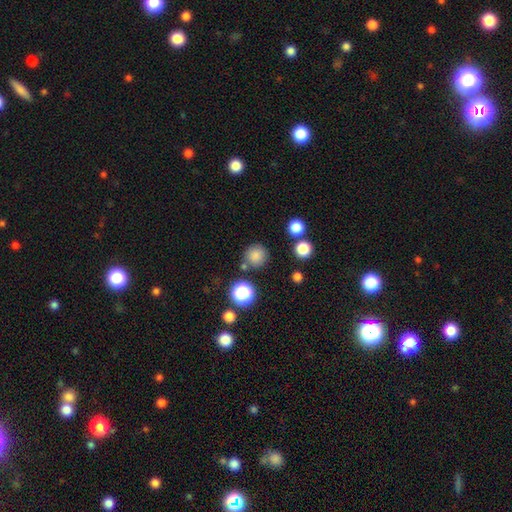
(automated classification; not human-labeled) smooth_or_featured: smooth (p=0.81) [alt: star or artifact p=0.13]
how_rounded: round (p=0.94) [alt: in between p=0.05]
merging: none (p=0.81) [alt: minor disturbance p=0.10]